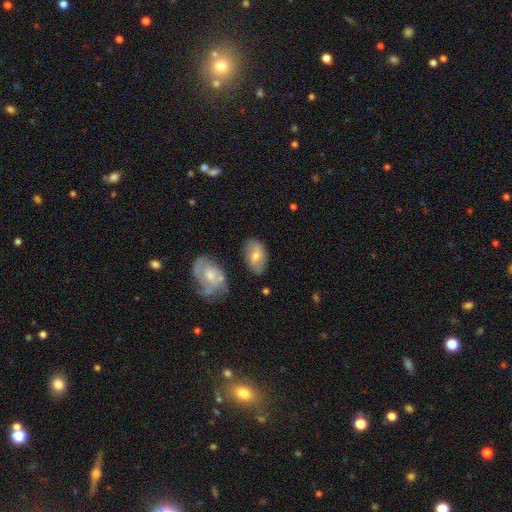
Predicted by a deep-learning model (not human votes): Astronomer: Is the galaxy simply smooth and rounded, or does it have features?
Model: smooth — 54% (runner-up: featured or disk, 38%).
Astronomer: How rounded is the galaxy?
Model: in between — 89%.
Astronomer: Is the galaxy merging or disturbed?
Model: none — 71%.